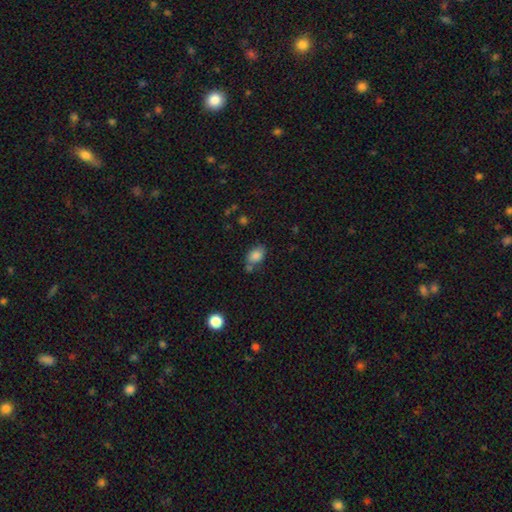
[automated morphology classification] A smooth galaxy with no disk features (82%) that is in between round and cigar-shaped (82%).

Vote fractions:
- Smooth or featured? smooth: 82% / star or artifact: 10% / featured or disk: 8%
- How rounded? in between: 82% / round: 17% / cigar-shaped: 2%
- Merging? none: 58% / minor disturbance: 20% / merger: 16% / major disturbance: 6%